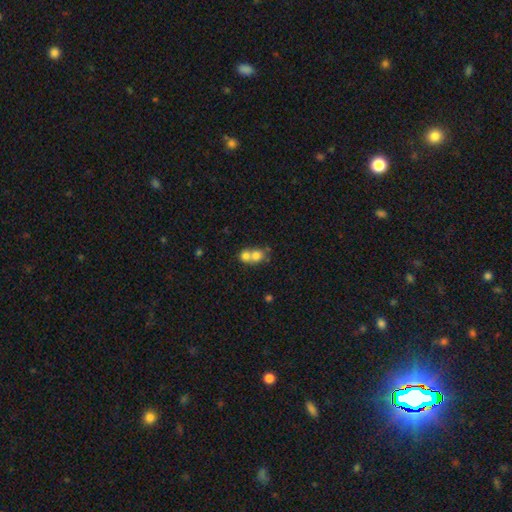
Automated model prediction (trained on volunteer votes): Morphology: type=smooth (72%); roundness=round (71%); merging=merger (69%).